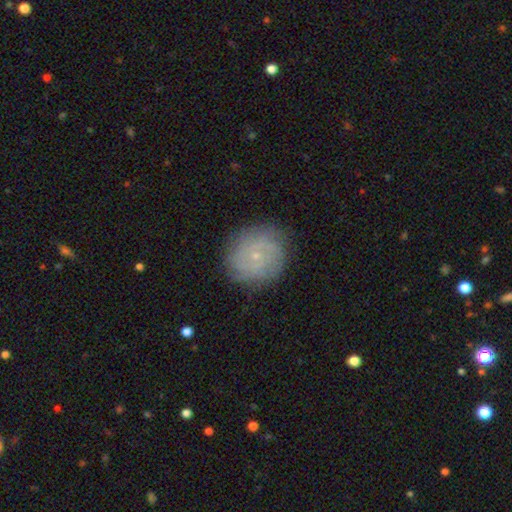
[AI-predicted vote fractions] Q: Smooth or featured?
A: featured or disk (48%); runner-up: smooth (41%)
Q: Merging?
A: none (84%); runner-up: minor disturbance (12%)